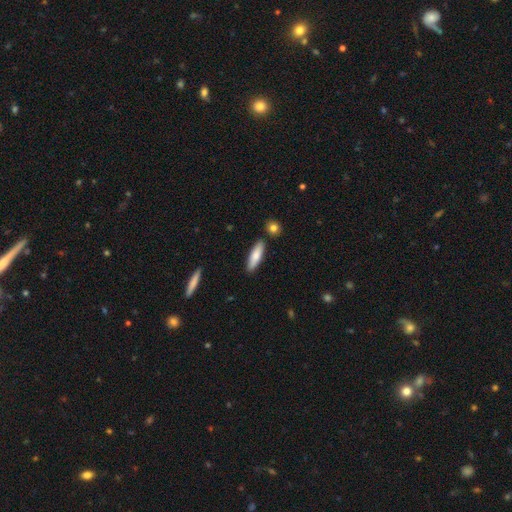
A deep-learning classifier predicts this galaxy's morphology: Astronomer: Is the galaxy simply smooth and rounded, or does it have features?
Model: smooth — 78%.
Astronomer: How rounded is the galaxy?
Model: cigar-shaped — 57% (runner-up: in between, 41%).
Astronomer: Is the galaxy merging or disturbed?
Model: none — 86%.